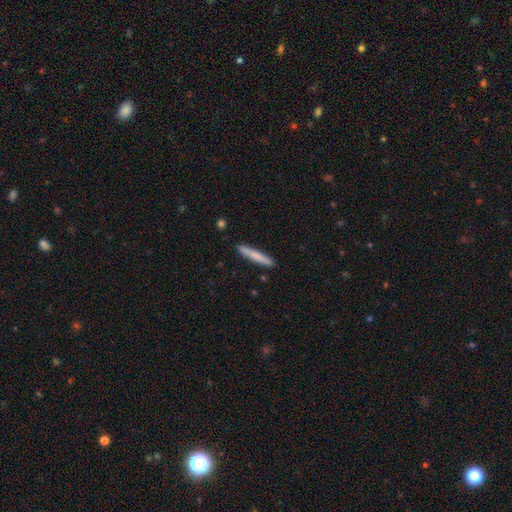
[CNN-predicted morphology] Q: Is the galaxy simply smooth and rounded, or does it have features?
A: smooth — 74%.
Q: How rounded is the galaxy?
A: cigar-shaped — 95%.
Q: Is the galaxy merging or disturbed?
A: none — 89%.